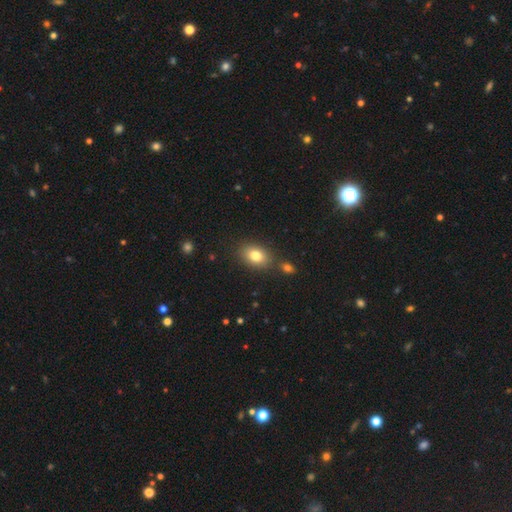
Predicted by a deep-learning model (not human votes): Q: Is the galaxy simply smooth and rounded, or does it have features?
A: smooth — 80%.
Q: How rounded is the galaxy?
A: in between — 77%.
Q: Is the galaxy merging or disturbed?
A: none — 77%.